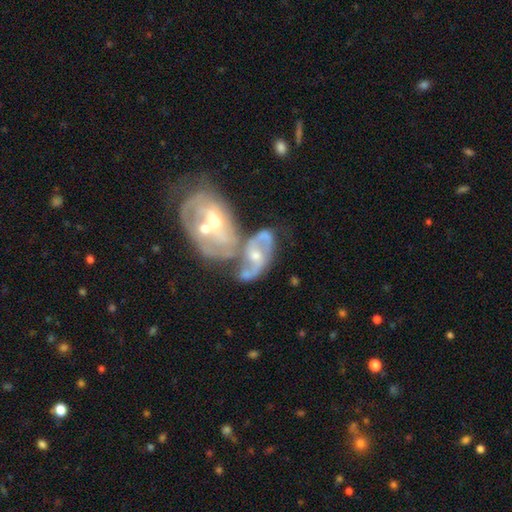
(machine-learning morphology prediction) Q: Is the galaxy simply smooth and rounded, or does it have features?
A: featured or disk — 82%.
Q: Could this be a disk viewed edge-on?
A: no — 96%.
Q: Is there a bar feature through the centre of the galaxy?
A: no — 55%.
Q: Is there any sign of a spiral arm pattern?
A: yes — 86%.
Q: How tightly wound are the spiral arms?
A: medium — 47%.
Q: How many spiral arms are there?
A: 2 — 70%.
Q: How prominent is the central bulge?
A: moderate — 56%.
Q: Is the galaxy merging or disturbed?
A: merger — 66%.